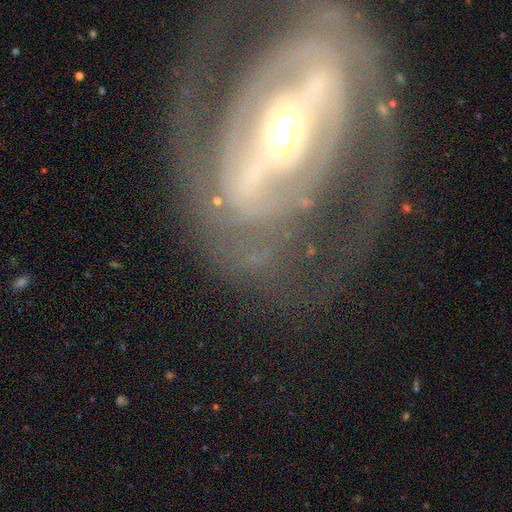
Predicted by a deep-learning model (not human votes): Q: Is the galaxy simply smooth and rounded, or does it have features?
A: featured or disk — 82%.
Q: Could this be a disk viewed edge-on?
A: no — 93%.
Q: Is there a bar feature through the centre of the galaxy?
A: strong — 46%.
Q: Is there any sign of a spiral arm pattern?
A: yes — 76%.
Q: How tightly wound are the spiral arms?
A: tight — 47%.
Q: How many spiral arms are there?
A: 2 — 48%.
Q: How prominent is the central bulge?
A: moderate — 60%.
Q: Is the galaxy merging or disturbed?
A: none — 58%.